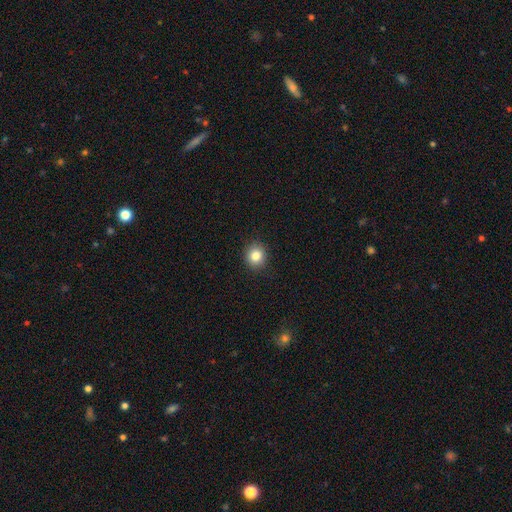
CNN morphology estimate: Smooth or featured? Predicted: smooth (p=0.83). How rounded? Predicted: round (p=0.83). Merging? Predicted: none (p=0.90).